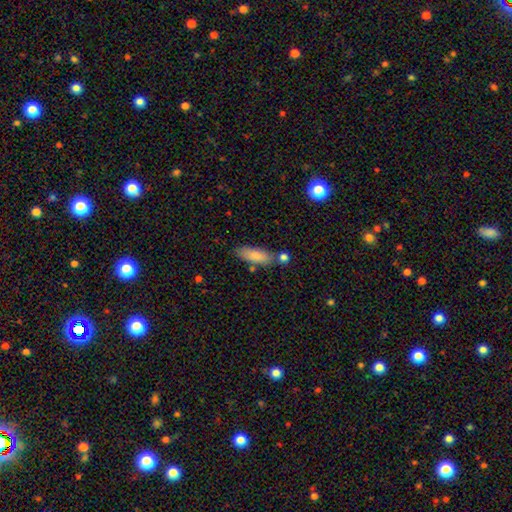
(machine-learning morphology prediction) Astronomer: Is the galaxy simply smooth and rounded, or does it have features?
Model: smooth — 84%.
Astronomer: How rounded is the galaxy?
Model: in between — 62%.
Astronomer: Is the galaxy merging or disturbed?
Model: none — 69%.